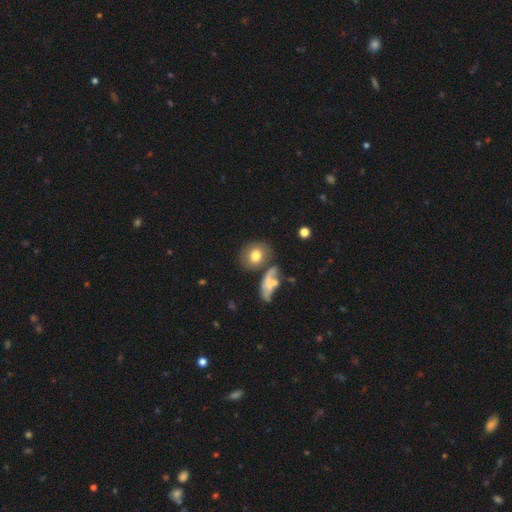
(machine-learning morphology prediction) This is likely a smooth galaxy (72%). How rounded: possibly round (58%). Merging: possibly none (58%).